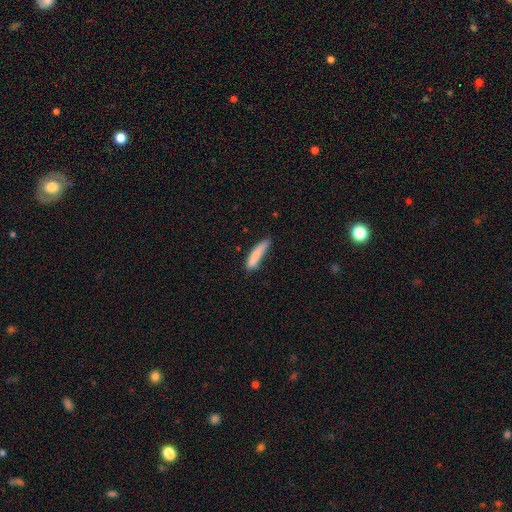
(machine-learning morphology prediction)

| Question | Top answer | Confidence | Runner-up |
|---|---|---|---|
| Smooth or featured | smooth | 81% | featured or disk (12%) |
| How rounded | cigar-shaped | 84% | in between (15%) |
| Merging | none | 59% | minor disturbance (29%) |